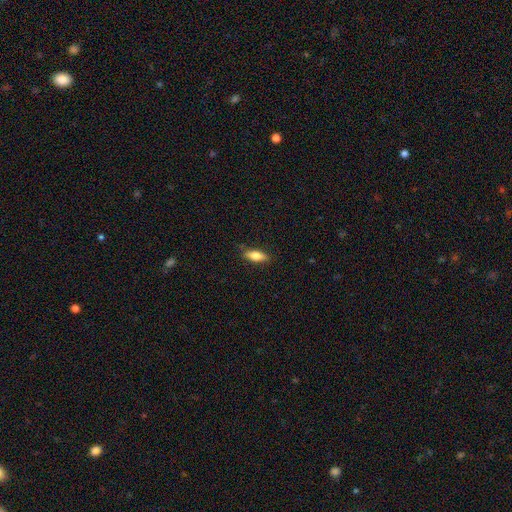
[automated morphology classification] smooth 75%, featured or disk 19%, star or artifact 6%. Down the decision tree: how rounded — in between (68%); merging — none (82%).